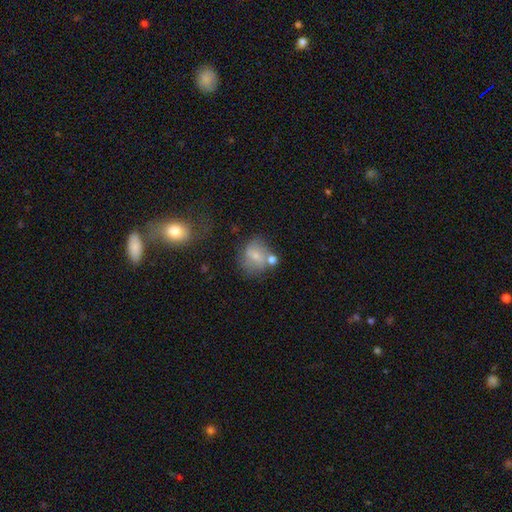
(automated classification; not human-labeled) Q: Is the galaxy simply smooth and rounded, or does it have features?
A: smooth — 57%.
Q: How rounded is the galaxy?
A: round — 75%.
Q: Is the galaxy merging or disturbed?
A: none — 46%.